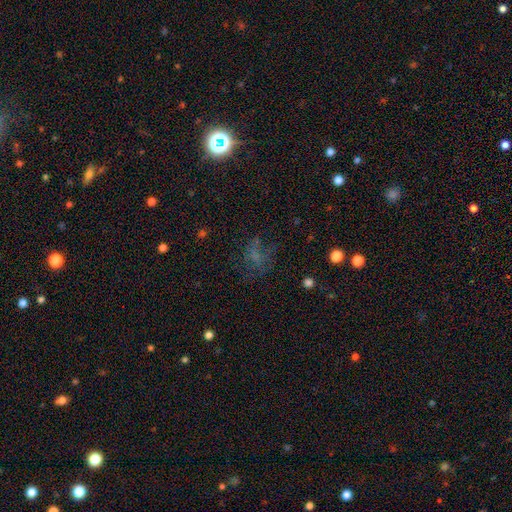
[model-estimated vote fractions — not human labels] smooth 43%, star or artifact 30%, featured or disk 26%. Down the decision tree: merging — none (49%).